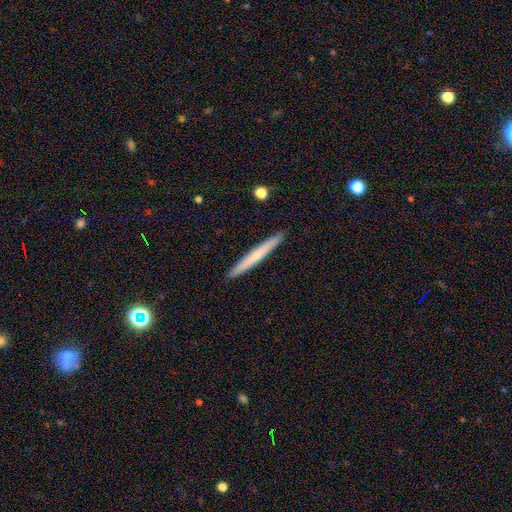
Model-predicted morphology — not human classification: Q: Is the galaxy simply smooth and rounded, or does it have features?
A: smooth — 59%.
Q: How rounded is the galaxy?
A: cigar-shaped — 97%.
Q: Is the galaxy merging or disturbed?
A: none — 93%.